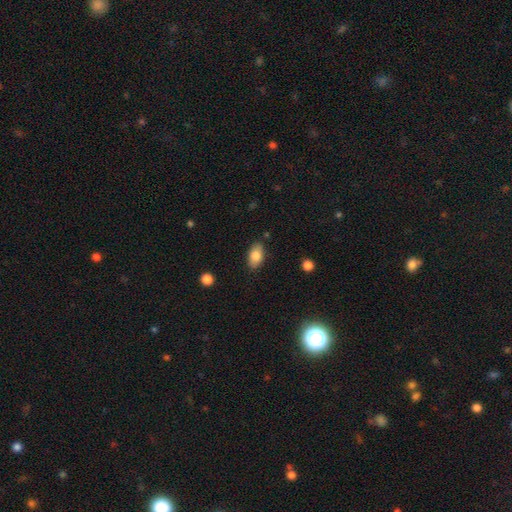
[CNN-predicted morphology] Smooth or featured: smooth — 83% (featured or disk — 10%)
How rounded: in between — 92% (round — 6%)
Merging: none — 84% (minor disturbance — 12%)